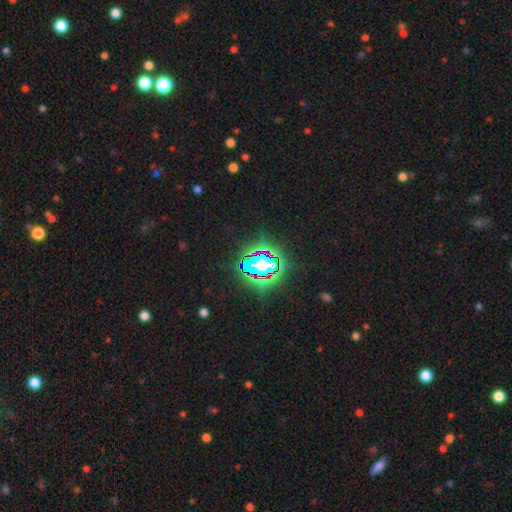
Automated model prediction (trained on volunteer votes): This appears to be a star or artifact, not a galaxy (82%).